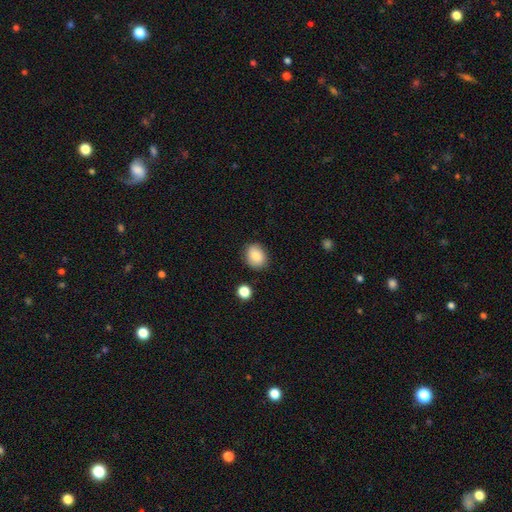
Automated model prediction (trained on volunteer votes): The model was most divided on "how rounded": round: 50%, in between: 49%, cigar-shaped: 1%. More confident: merging — none (84%); smooth or featured — smooth (83%).